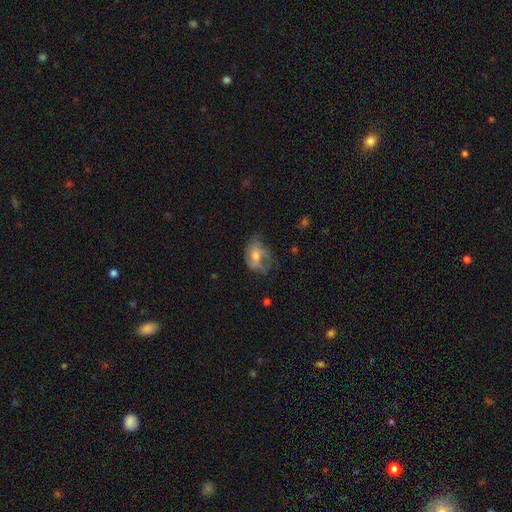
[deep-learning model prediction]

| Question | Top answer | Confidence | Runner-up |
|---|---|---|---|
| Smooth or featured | featured or disk | 53% | smooth (38%) |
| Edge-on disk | no | 96% | yes (4%) |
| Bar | no | 60% | weak (32%) |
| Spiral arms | yes | 64% | no (36%) |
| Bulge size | moderate | 58% | small (27%) |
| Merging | none | 42% | minor disturbance (29%) |